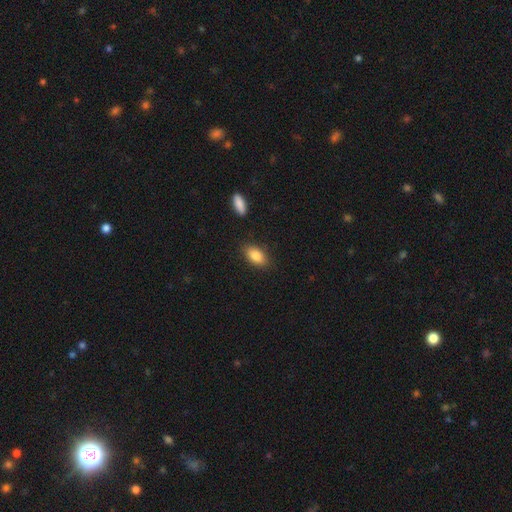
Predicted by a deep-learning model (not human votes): Overall: smooth (85%). How rounded: in between (89%). Merging: none (84%).